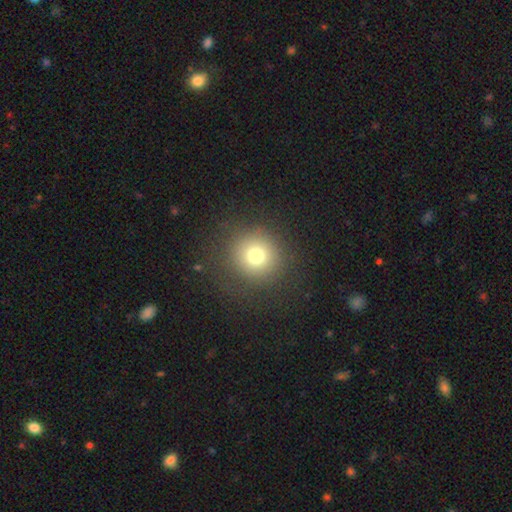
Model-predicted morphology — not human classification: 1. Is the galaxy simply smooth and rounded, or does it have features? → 75% smooth, 16% star or artifact, 10% featured or disk.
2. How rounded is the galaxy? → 93% round, 6% in between, 1% cigar-shaped.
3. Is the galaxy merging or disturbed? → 85% none, 8% minor disturbance, 6% major disturbance, 1% merger.